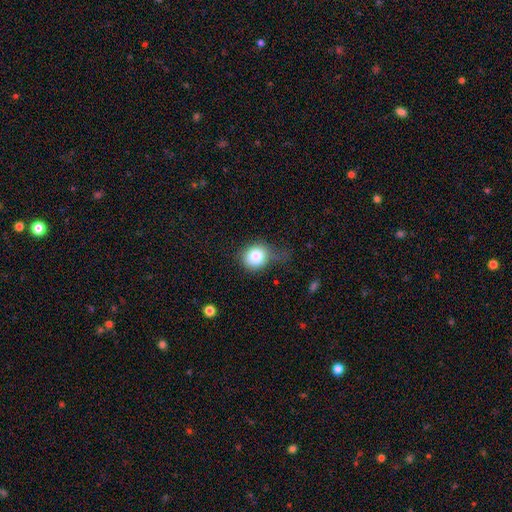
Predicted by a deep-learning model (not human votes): This is clearly a smooth galaxy (80%). How rounded: likely round (80%). Merging: possibly none (47%).